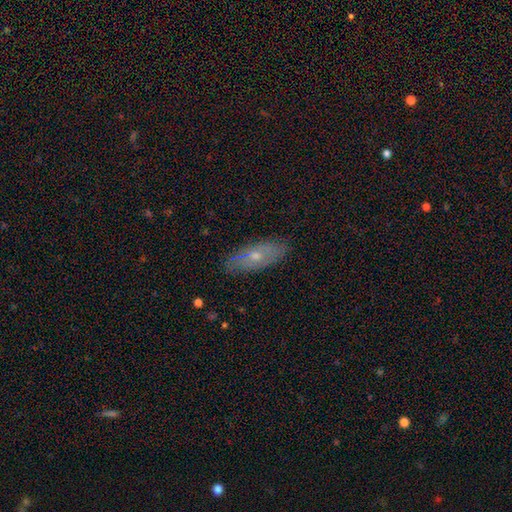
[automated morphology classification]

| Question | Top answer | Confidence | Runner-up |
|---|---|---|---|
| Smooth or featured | featured or disk | 47% | smooth (45%) |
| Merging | none | 84% | minor disturbance (13%) |